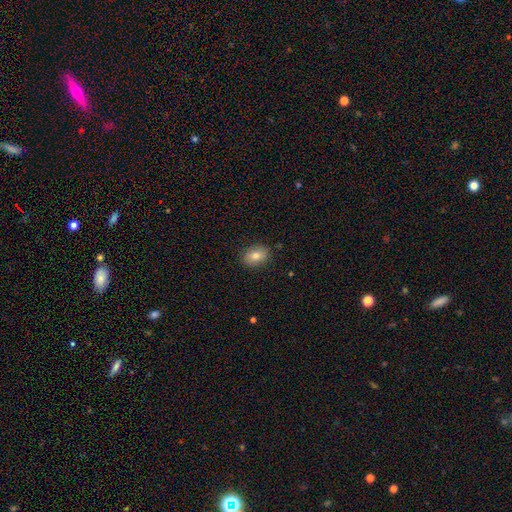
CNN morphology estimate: type=smooth (79%); roundness=in between (74%); merging=none (86%).